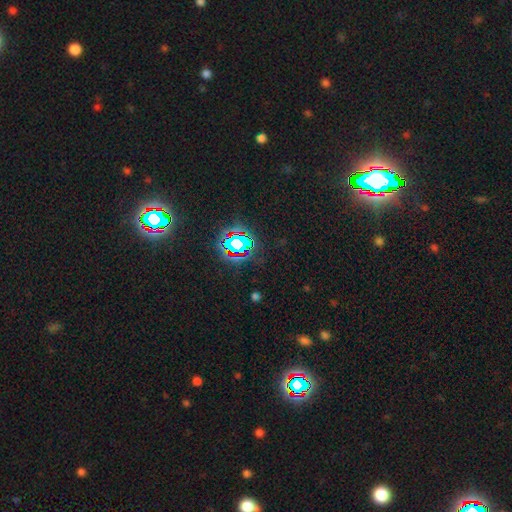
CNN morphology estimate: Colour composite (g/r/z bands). It shows a star or artifact, not a galaxy (82%).